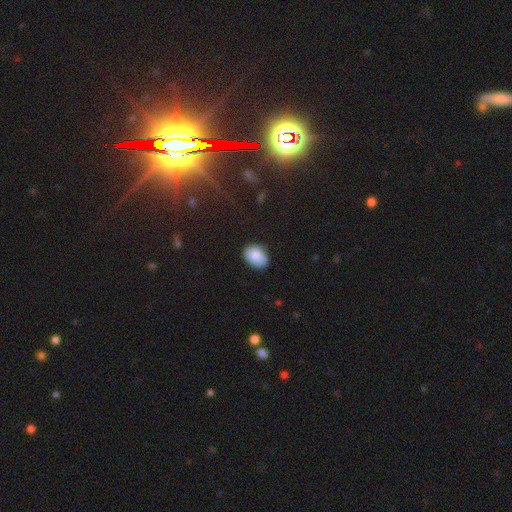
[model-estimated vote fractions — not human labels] Morphology: type=smooth (85%); roundness=in between (79%); merging=none (81%).